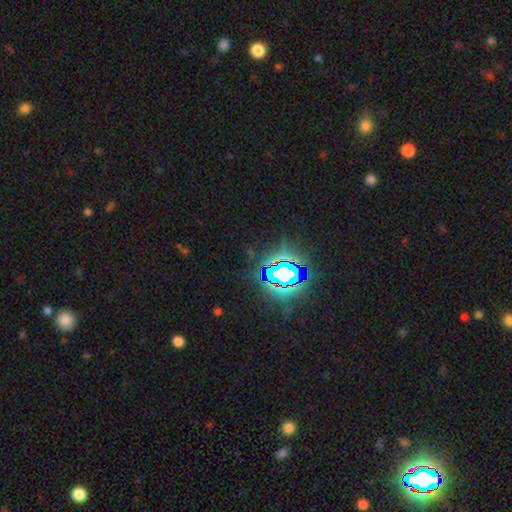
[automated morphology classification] smooth_or_featured: star or artifact (p=0.79) [alt: smooth p=0.13]